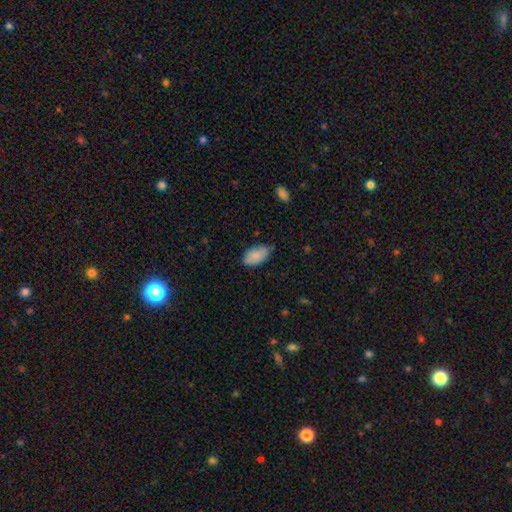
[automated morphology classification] This is clearly a smooth galaxy (84%). How rounded: clearly in between (94%). Merging: likely none (70%).